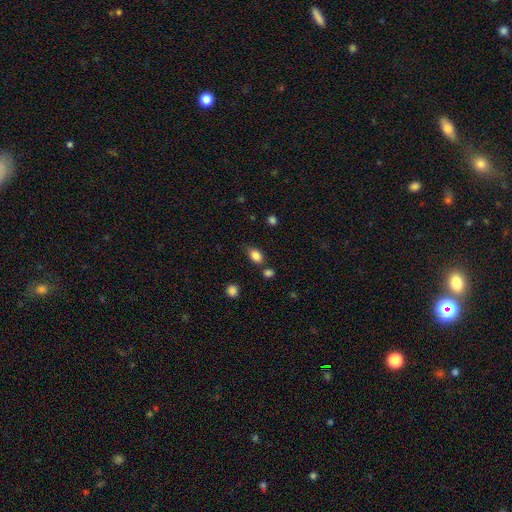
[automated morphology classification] This is clearly a smooth galaxy (84%). How rounded: clearly in between (80%). Merging: likely none (66%).